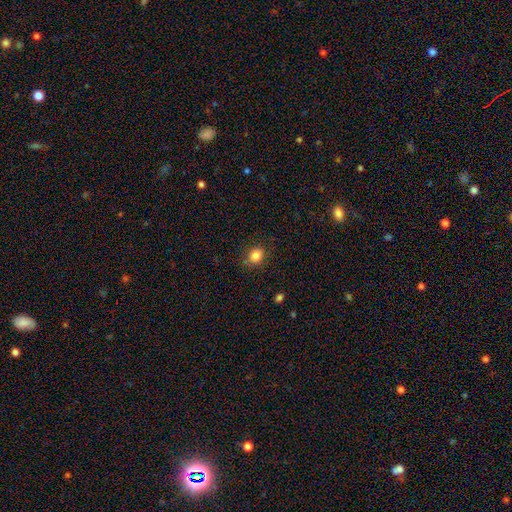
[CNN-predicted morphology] This appears to be a smooth galaxy with no disk features (84%) that is round (69%). Merging: none (84%).